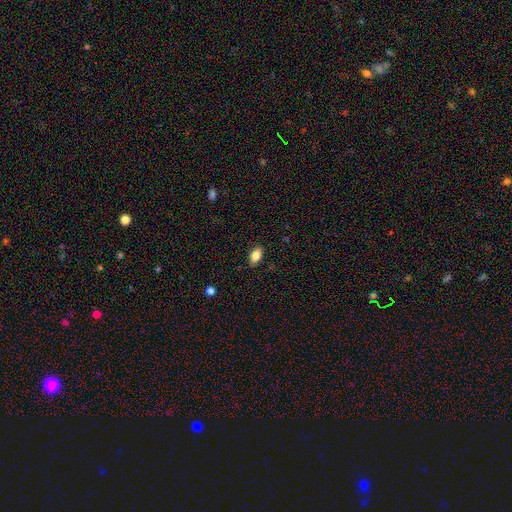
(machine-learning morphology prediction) This appears to be a smooth galaxy with no disk features (82%) that is in between round and cigar-shaped (89%). Merging: none (85%).